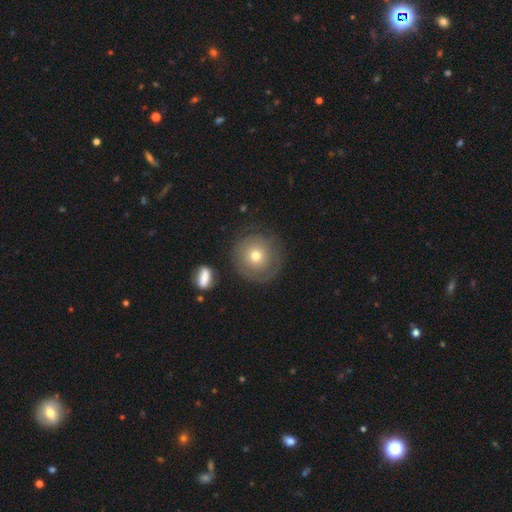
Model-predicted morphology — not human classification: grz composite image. It shows a smooth galaxy with no disk features (56%) that is round (93%). Merging: none (75%).